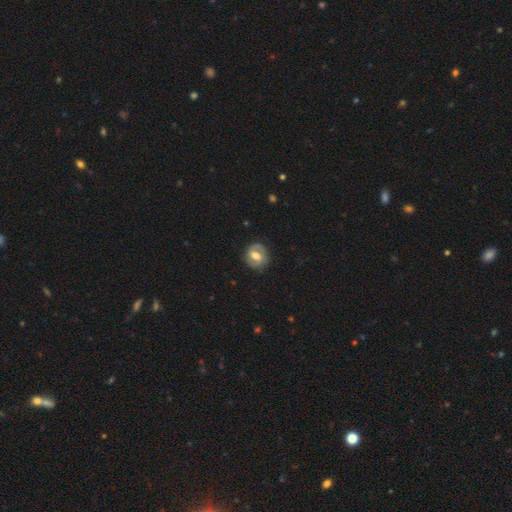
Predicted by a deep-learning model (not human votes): Morphology: type=featured or disk (52%); edge-on=no (96%); merging=none (81%).